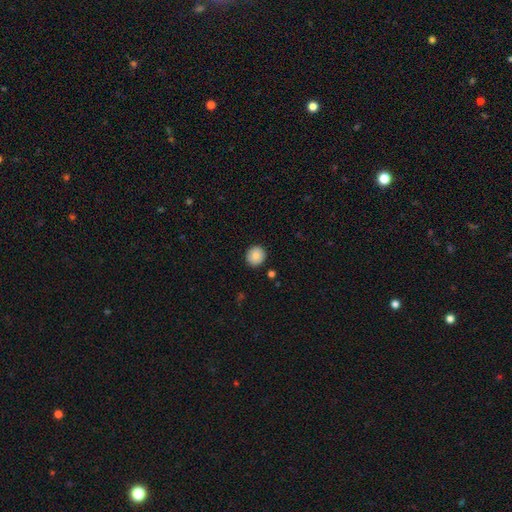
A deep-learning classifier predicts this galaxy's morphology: Smooth or featured?
  - smooth: 85% *
  - star or artifact: 8%
  - featured or disk: 7%
How rounded?
  - round: 91% *
  - in between: 8%
  - cigar-shaped: 1%
Merging?
  - none: 91% *
  - minor disturbance: 6%
  - major disturbance: 2%
  - merger: 1%